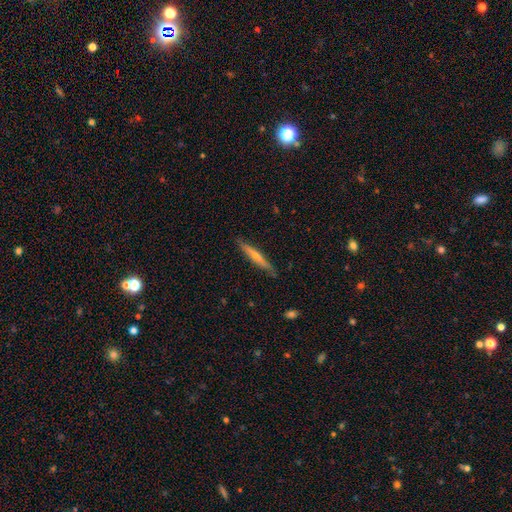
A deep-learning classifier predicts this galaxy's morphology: This is likely a featured or disk galaxy (63%). It is clearly viewed edge-on (96%). Edge-on bulge: likely rounded (76%). Merging: clearly none (88%).